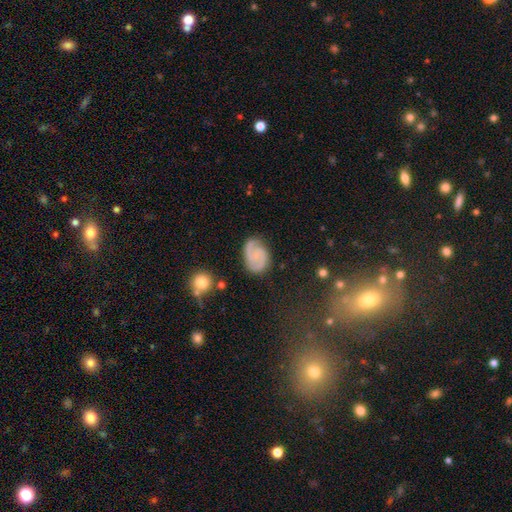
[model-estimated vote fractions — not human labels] Smooth or featured? Predicted: featured or disk (p=0.83). Edge-on disk? Predicted: no (p=0.98). Bar? Predicted: no (p=0.60). Spiral arms? Predicted: yes (p=0.97). Spiral winding? Predicted: medium (p=0.46). Spiral arm count? Predicted: 2 (p=0.85). Bulge size? Predicted: small (p=0.61). Merging? Predicted: none (p=0.77).